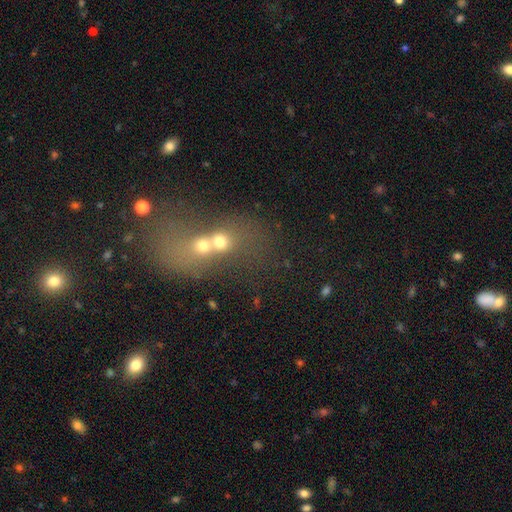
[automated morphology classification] Smooth or featured?
  - smooth: 46% *
  - star or artifact: 31%
  - featured or disk: 23%
Merging?
  - merger: 70% *
  - none: 18%
  - major disturbance: 6%
  - minor disturbance: 6%